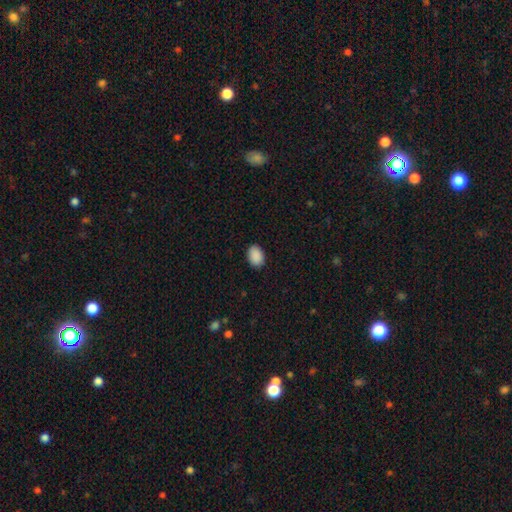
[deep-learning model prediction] smooth_or_featured: smooth (p=0.90) [alt: star or artifact p=0.07]
how_rounded: in between (p=0.79) [alt: round p=0.20]
merging: none (p=0.89) [alt: minor disturbance p=0.08]